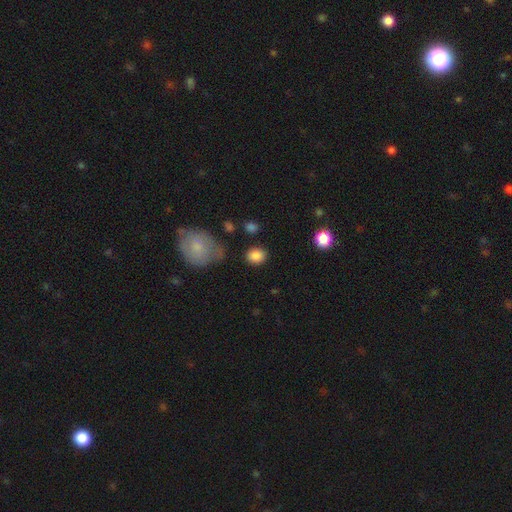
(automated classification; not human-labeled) This is clearly a smooth galaxy (87%). How rounded: likely round (64%). Merging: clearly none (83%).